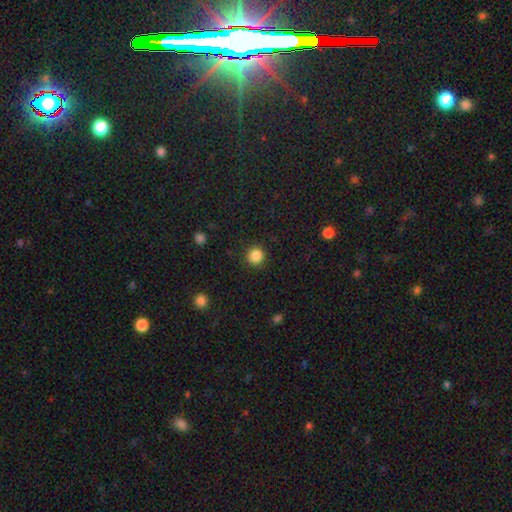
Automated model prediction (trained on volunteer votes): smooth 86%, star or artifact 10%, featured or disk 3%. Down the decision tree: how rounded — round (94%); merging — none (91%).